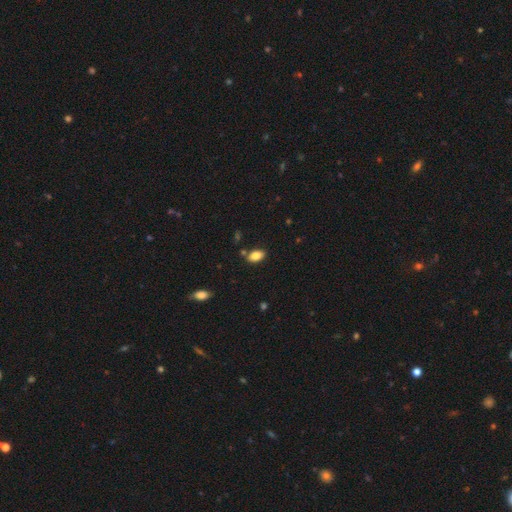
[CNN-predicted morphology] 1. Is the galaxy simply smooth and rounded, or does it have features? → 83% smooth, 9% star or artifact, 8% featured or disk.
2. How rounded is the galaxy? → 91% in between, 6% round, 3% cigar-shaped.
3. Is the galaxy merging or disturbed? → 79% none, 12% minor disturbance, 6% merger, 3% major disturbance.